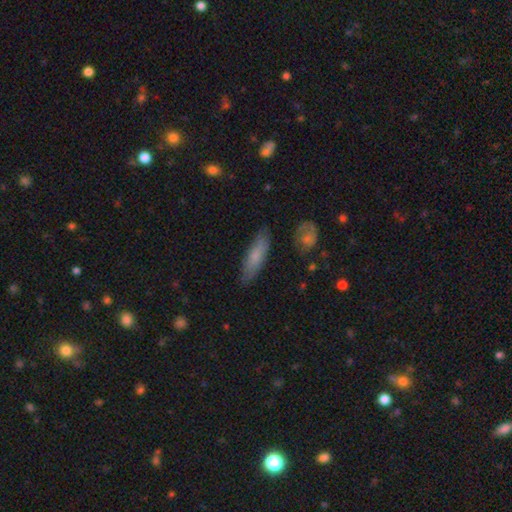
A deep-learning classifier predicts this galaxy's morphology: The model was most divided on "how rounded": cigar-shaped: 64%, in between: 34%, round: 2%. More confident: merging — none (82%); smooth or featured — smooth (73%).